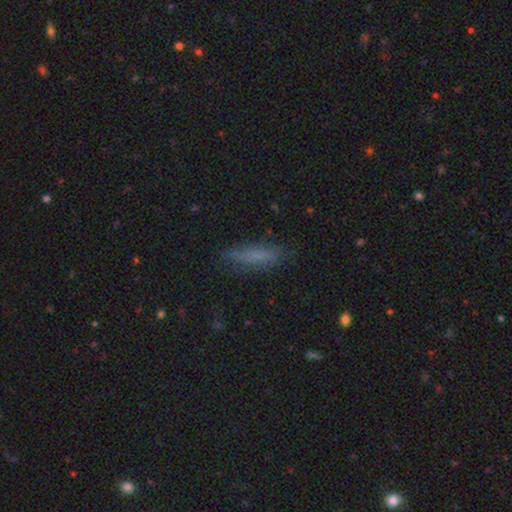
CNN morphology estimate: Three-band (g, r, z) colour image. It shows a smooth galaxy with no disk features (68%) that is cigar-shaped (73%). Merging: none (78%).